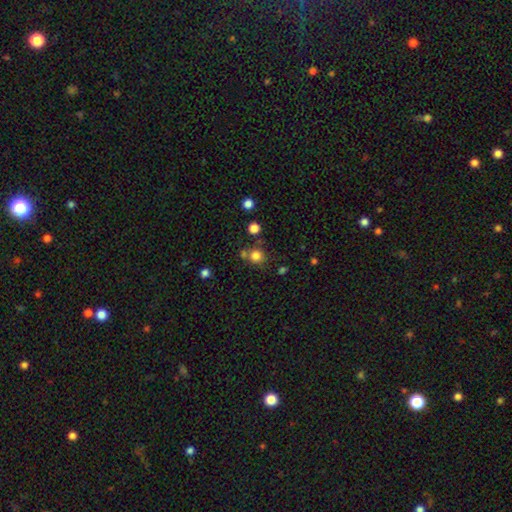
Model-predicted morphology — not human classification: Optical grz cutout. It shows a smooth galaxy with no disk features (80%) that is round (88%). Merging: none (69%).